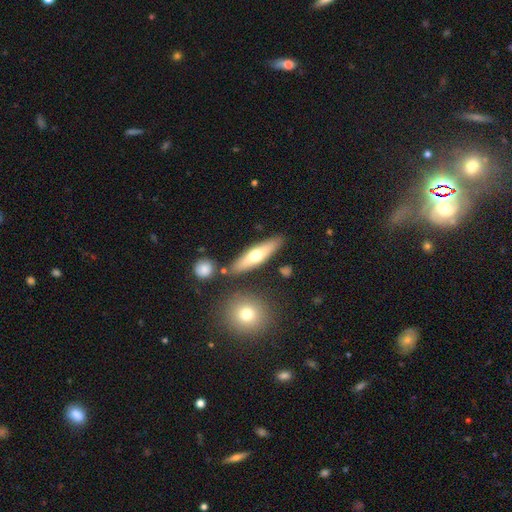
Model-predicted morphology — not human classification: This appears to be a smooth galaxy with no disk features (52%) that is cigar-shaped (66%). Merging: none (83%).